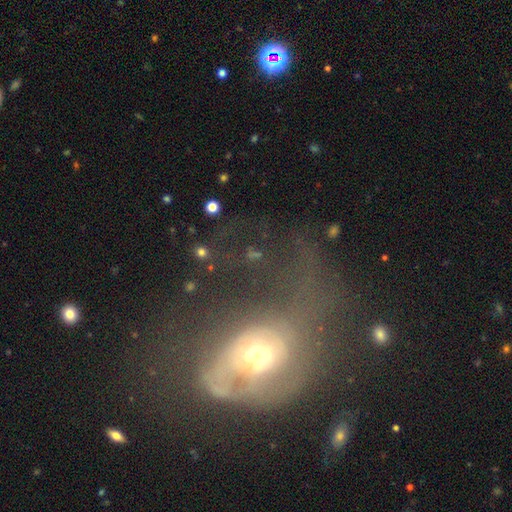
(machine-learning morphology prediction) Smooth or featured?
  - featured or disk: 44% *
  - smooth: 32%
  - star or artifact: 24%
Merging?
  - major disturbance: 42% *
  - none: 33%
  - minor disturbance: 15%
  - merger: 11%